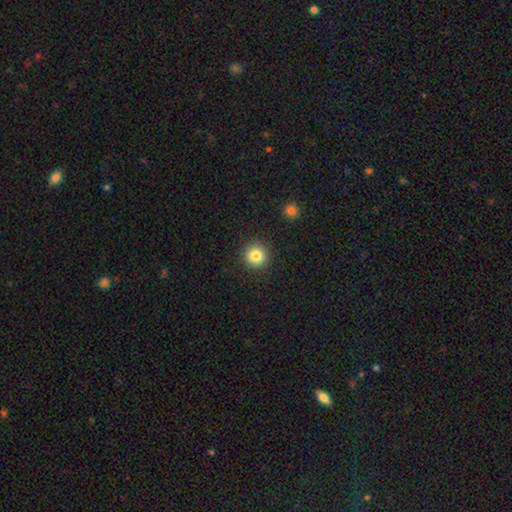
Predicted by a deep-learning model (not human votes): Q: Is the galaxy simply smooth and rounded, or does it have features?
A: smooth — 83%.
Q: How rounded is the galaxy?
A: round — 94%.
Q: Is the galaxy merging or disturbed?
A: none — 91%.